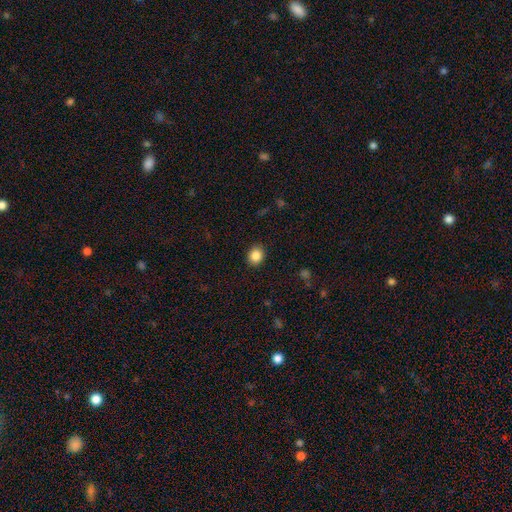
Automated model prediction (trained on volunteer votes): smooth-or-featured: smooth: 86% | star or artifact: 10% | featured or disk: 4%
  how-rounded: round: 69% | in between: 30% | cigar-shaped: 1%
  merging: none: 89% | minor disturbance: 7% | major disturbance: 2% | merger: 1%